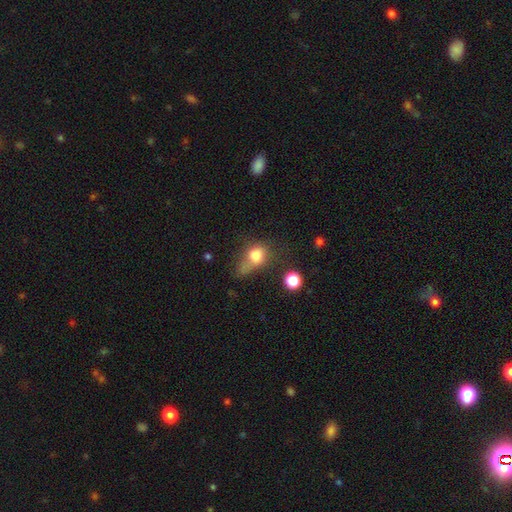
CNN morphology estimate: Smooth or featured: smooth — 75% (featured or disk — 14%)
How rounded: round — 50% (in between — 47%)
Merging: major disturbance — 29% (none — 28%)